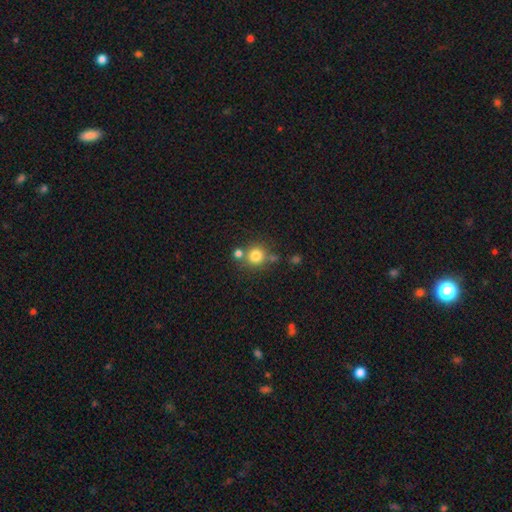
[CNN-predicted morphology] Smooth or featured: smooth — 79% (star or artifact — 12%)
How rounded: round — 92% (in between — 7%)
Merging: none — 65% (merger — 21%)